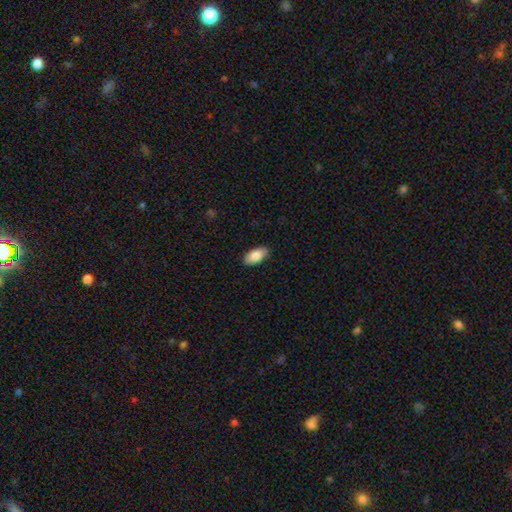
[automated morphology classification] A smooth galaxy with no disk features (83%) that is in between round and cigar-shaped (94%). Merging: none (87%).